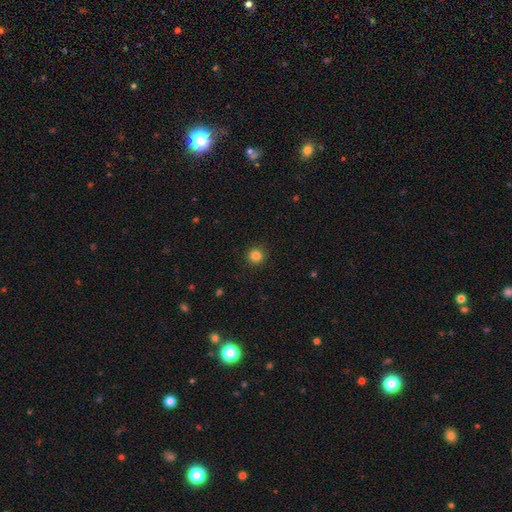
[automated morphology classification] Q: Smooth or featured?
A: smooth (84%); runner-up: star or artifact (12%)
Q: How rounded?
A: round (95%); runner-up: in between (4%)
Q: Merging?
A: none (92%); runner-up: minor disturbance (5%)